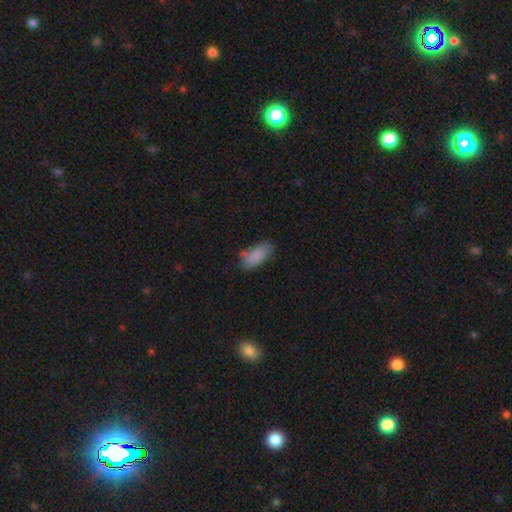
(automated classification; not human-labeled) Overall: smooth (83%). How rounded: in between (92%). Merging: none (61%; minor disturbance 27%).